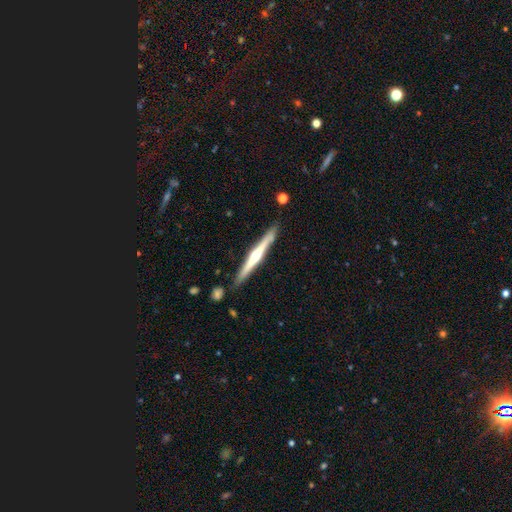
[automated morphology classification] featured or disk 73%, smooth 23%, star or artifact 5%. Down the decision tree: edge-on disk — yes (98%); edge-on bulge — rounded (83%); merging — none (86%).